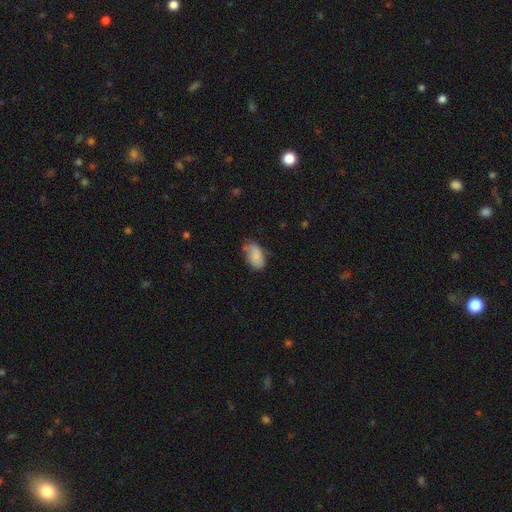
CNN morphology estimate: smooth-or-featured: smooth: 80% | featured or disk: 13% | star or artifact: 8%
  how-rounded: in between: 93% | round: 6% | cigar-shaped: 2%
  merging: none: 52% | minor disturbance: 34% | major disturbance: 10% | merger: 4%